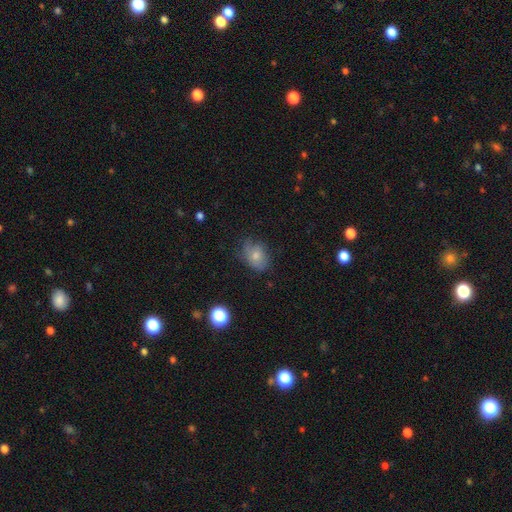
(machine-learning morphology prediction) Q: Smooth or featured?
A: smooth (70%); runner-up: featured or disk (20%)
Q: How rounded?
A: in between (71%); runner-up: round (28%)
Q: Merging?
A: none (55%); runner-up: minor disturbance (31%)